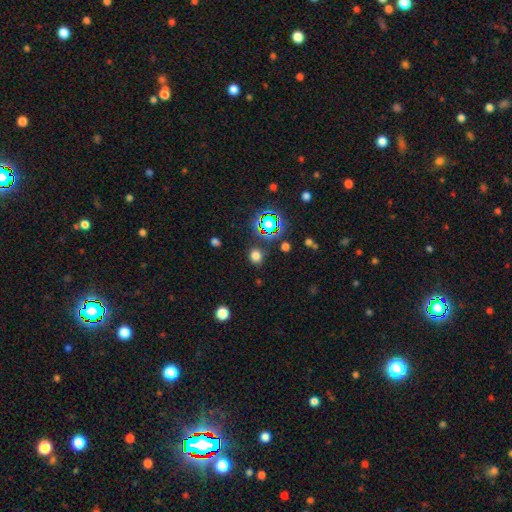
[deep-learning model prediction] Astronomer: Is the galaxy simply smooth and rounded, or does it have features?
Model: smooth — 71%.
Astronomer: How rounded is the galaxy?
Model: round — 76%.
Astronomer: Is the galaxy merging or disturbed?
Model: none — 84%.